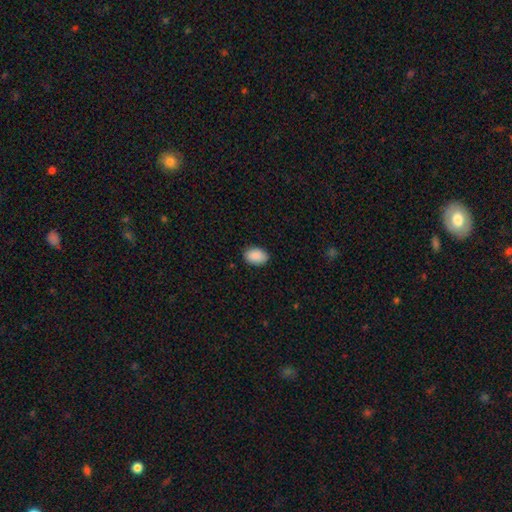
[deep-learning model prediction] This appears to be a smooth galaxy with no disk features (90%) that is in between round and cigar-shaped (86%). Merging: none (87%).